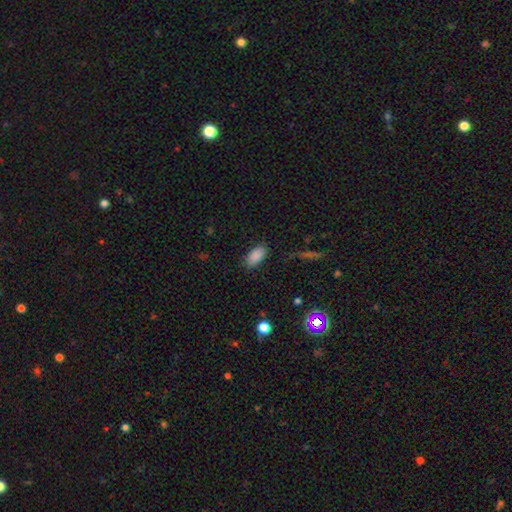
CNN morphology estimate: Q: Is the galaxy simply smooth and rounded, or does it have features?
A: smooth — 87%.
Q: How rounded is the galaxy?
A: in between — 93%.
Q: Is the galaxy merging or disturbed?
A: none — 83%.